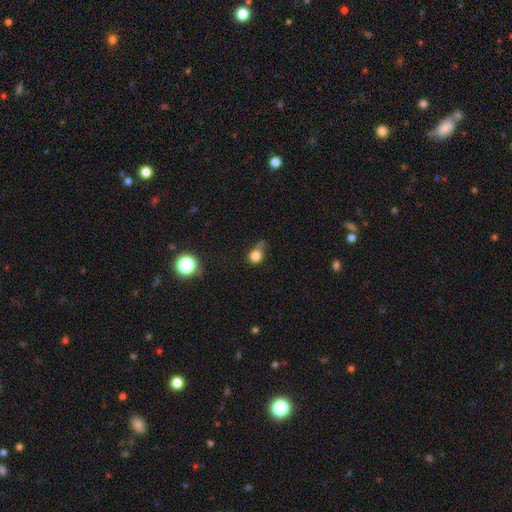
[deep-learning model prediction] smooth-or-featured: smooth: 78% | star or artifact: 12% | featured or disk: 10%
  how-rounded: round: 74% | in between: 24% | cigar-shaped: 1%
  merging: none: 35% | minor disturbance: 32% | major disturbance: 26% | merger: 7%